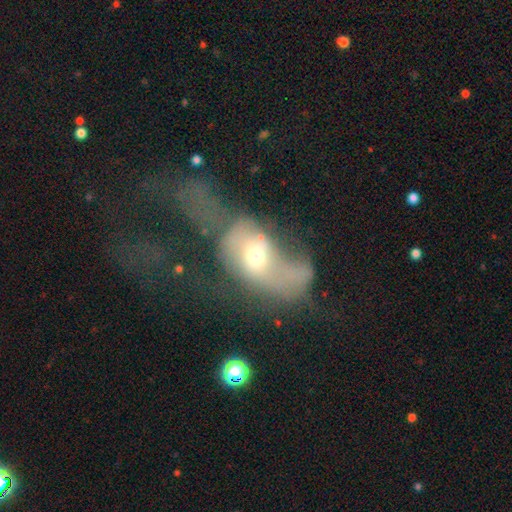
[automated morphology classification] Smooth or featured? Predicted: featured or disk (p=0.50). Merging? Predicted: major disturbance (p=0.63).